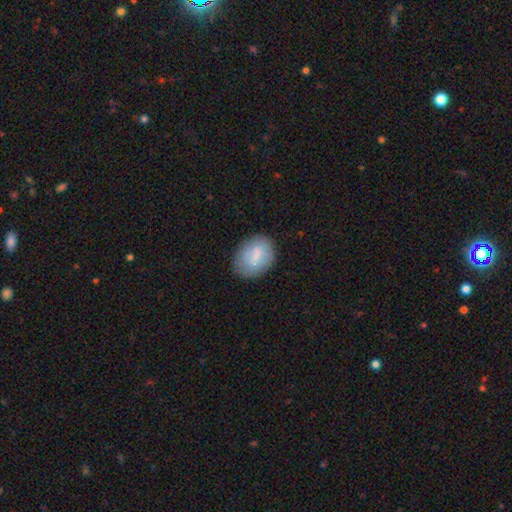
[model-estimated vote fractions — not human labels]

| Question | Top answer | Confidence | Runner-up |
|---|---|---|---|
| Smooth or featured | smooth | 69% | featured or disk (24%) |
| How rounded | in between | 75% | round (23%) |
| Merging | none | 74% | minor disturbance (18%) |